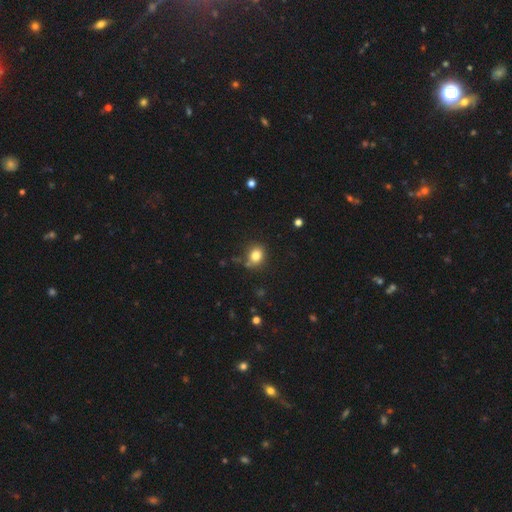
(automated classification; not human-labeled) Smooth or featured?
  - smooth: 82% *
  - star or artifact: 12%
  - featured or disk: 7%
How rounded?
  - round: 61% *
  - in between: 38%
  - cigar-shaped: 1%
Merging?
  - none: 74% *
  - minor disturbance: 16%
  - merger: 6%
  - major disturbance: 5%